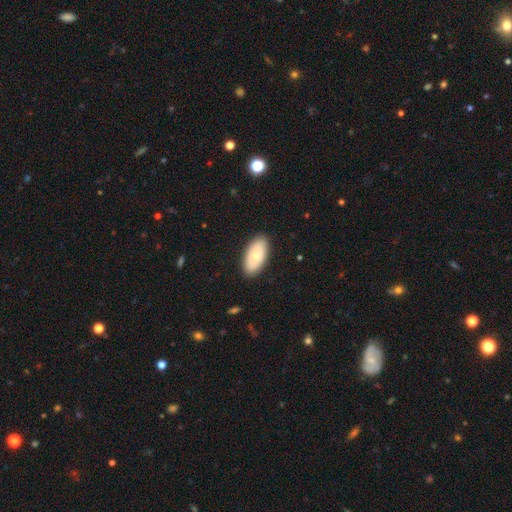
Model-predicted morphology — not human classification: type=smooth (65%); roundness=in between (94%); merging=none (87%).